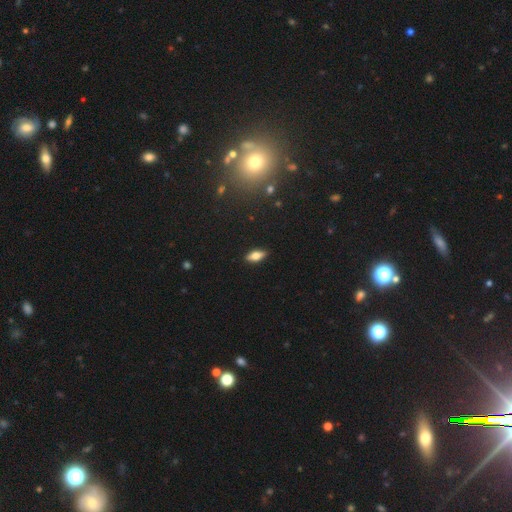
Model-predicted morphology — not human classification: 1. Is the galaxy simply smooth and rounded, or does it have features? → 65% smooth, 27% featured or disk, 8% star or artifact.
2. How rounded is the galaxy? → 78% in between, 19% cigar-shaped, 3% round.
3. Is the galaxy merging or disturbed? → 88% none, 9% minor disturbance, 2% major disturbance, 1% merger.